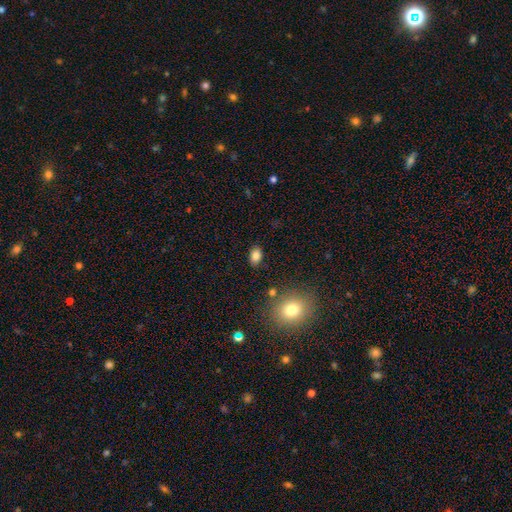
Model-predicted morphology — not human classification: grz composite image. It shows a smooth galaxy with no disk features (83%) that is in between round and cigar-shaped (81%). Merging: none (85%).